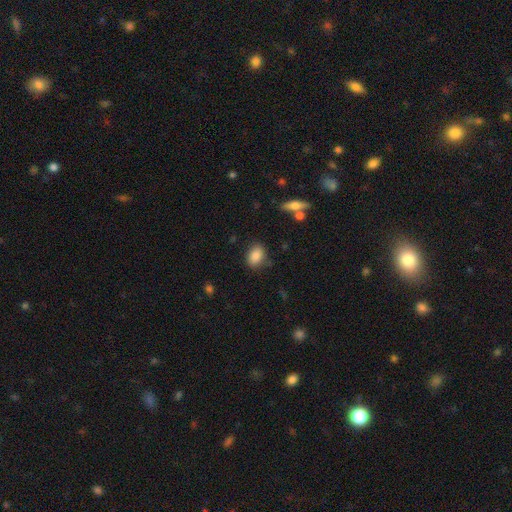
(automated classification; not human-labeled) This is clearly a smooth galaxy (85%). How rounded: clearly in between (82%). Merging: likely none (80%).